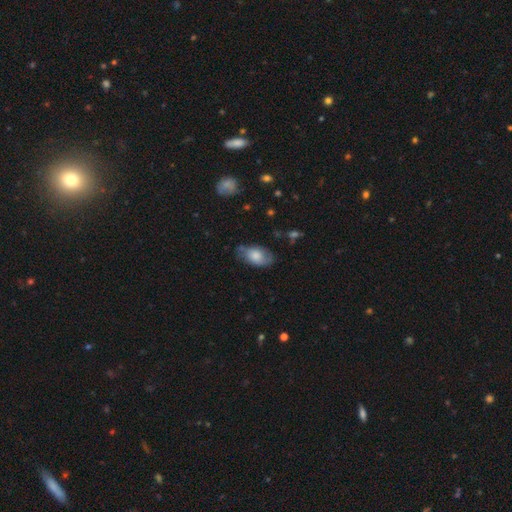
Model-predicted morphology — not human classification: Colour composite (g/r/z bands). It shows a smooth galaxy with no disk features (66%) that is in between round and cigar-shaped (90%). Merging: none (59%).